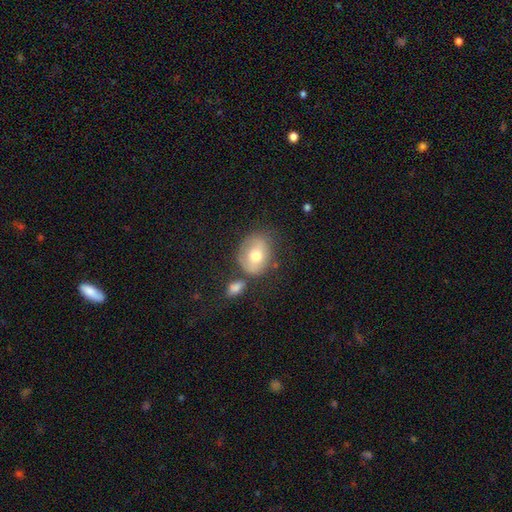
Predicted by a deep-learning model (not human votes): A smooth galaxy with no disk features (61%) that is round (54%).

Vote fractions:
- Smooth or featured? smooth: 61% / featured or disk: 31% / star or artifact: 8%
- How rounded? round: 54% / in between: 45% / cigar-shaped: 1%
- Merging? none: 51% / minor disturbance: 22% / merger: 17% / major disturbance: 10%